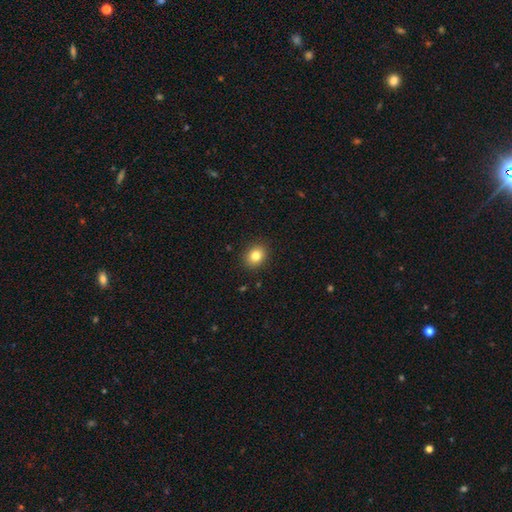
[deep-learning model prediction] Smooth or featured? smooth (83%)
How rounded? round (56%)
Merging? none (90%)